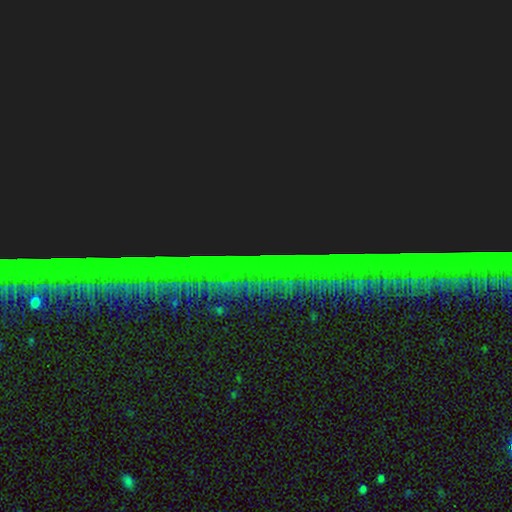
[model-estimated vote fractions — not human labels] Morphology: type=star or artifact (87%).